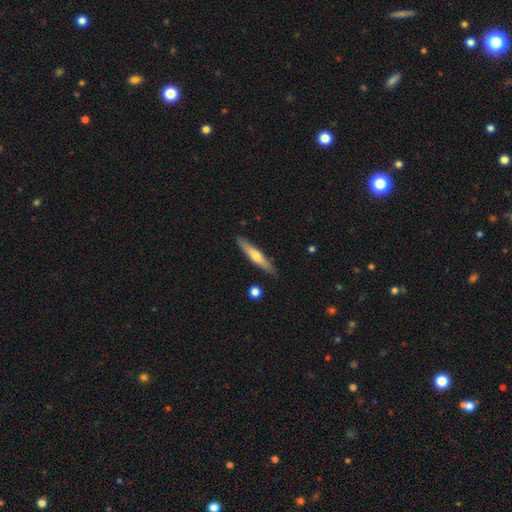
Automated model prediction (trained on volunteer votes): Smooth or featured?
  - featured or disk: 50% *
  - smooth: 44%
  - star or artifact: 6%
Edge-on disk?
  - yes: 94% *
  - no: 6%
Merging?
  - none: 88% *
  - minor disturbance: 8%
  - merger: 2%
  - major disturbance: 2%